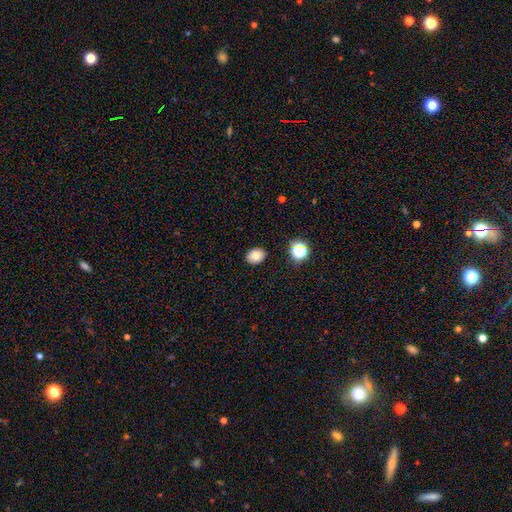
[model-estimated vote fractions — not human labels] Q: Smooth or featured?
A: smooth (82%); runner-up: star or artifact (11%)
Q: How rounded?
A: in between (62%); runner-up: round (37%)
Q: Merging?
A: none (89%); runner-up: minor disturbance (7%)